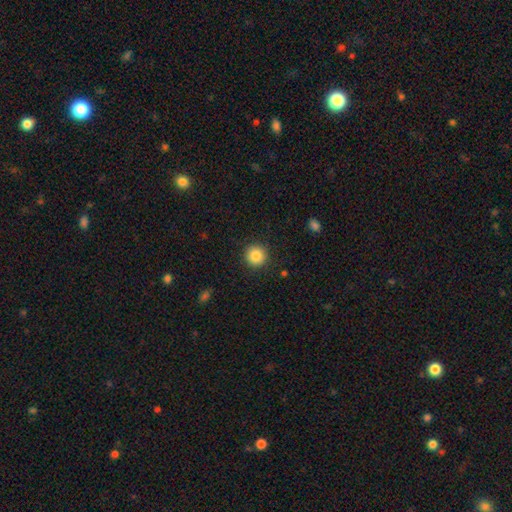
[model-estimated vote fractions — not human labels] Overall: smooth (86%). How rounded: round (95%). Merging: none (91%).